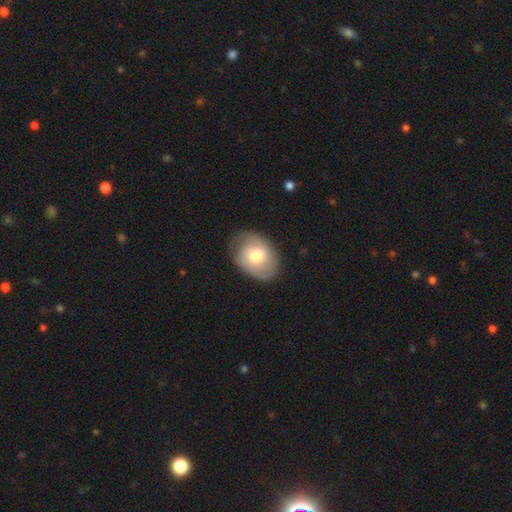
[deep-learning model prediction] Smooth or featured? Predicted: smooth (p=0.55). How rounded? Predicted: in between (p=0.67). Merging? Predicted: none (p=0.72).